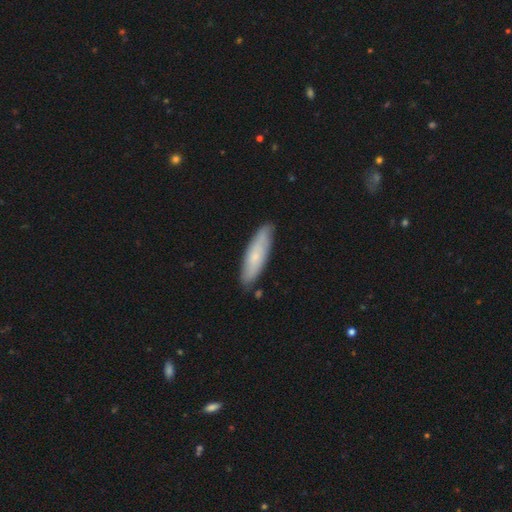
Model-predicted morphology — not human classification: Overall: smooth (62%; featured or disk 32%). How rounded: cigar-shaped (62%; in between 36%). Merging: none (84%).